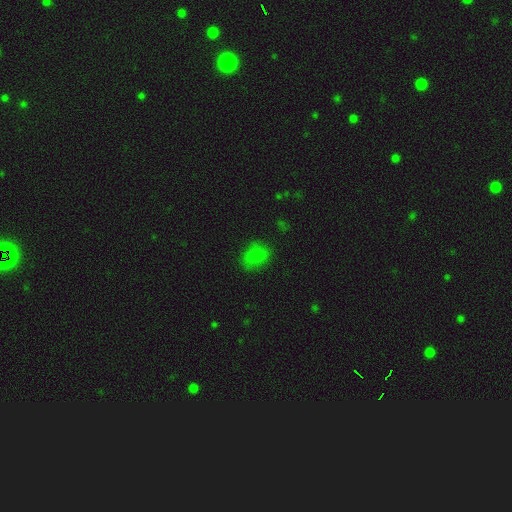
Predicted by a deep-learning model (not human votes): Smooth or featured: smooth — 78% (star or artifact — 13%)
How rounded: in between — 59% (round — 40%)
Merging: none — 75% (minor disturbance — 18%)